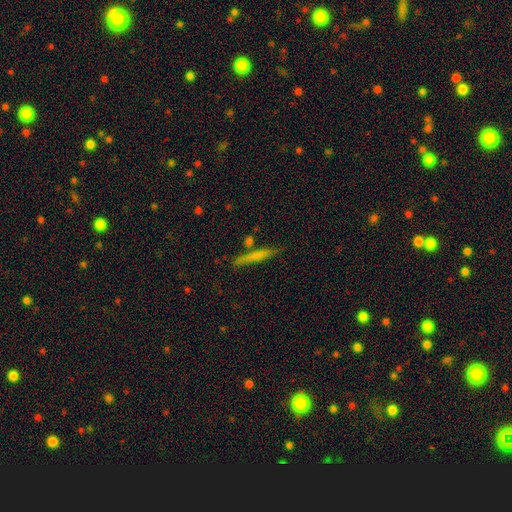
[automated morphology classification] Smooth or featured? smooth (60%)
How rounded? cigar-shaped (94%)
Merging? none (80%)